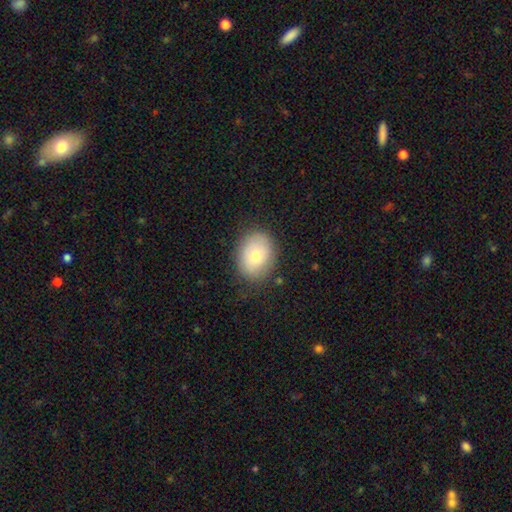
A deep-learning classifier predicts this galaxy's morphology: The model was most divided on "how rounded": in between: 54%, round: 45%, cigar-shaped: 1%. More confident: merging — none (81%); smooth or featured — smooth (72%).